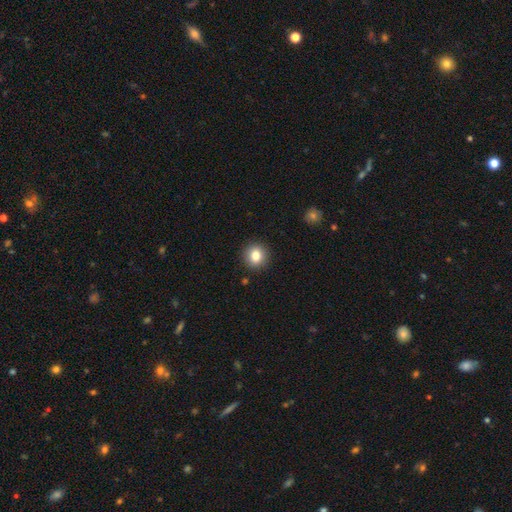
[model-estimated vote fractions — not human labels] Smooth or featured? Predicted: smooth (p=0.83). How rounded? Predicted: round (p=0.87). Merging? Predicted: none (p=0.91).